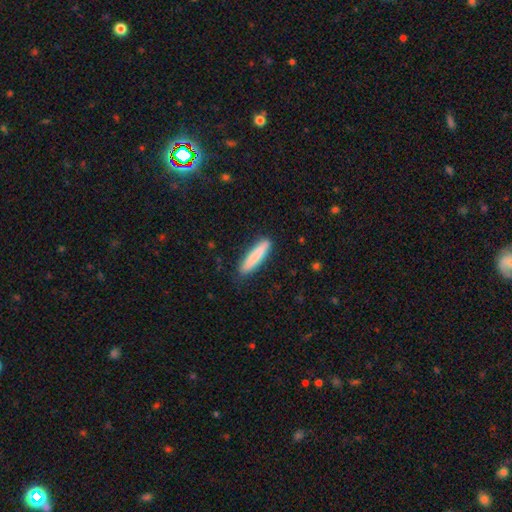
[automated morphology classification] Overall: smooth (82%). How rounded: cigar-shaped (88%). Merging: none (87%).